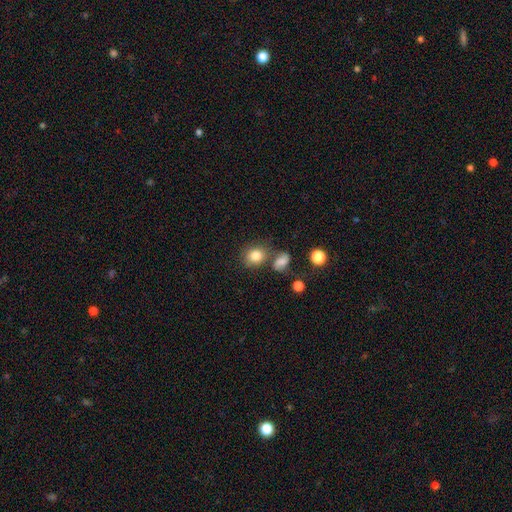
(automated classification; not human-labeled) smooth-or-featured: smooth: 83% | star or artifact: 10% | featured or disk: 7%
  how-rounded: round: 72% | in between: 27% | cigar-shaped: 1%
  merging: none: 65% | merger: 17% | minor disturbance: 14% | major disturbance: 5%